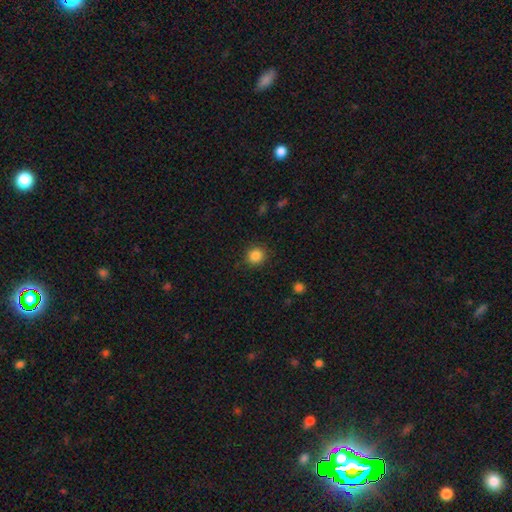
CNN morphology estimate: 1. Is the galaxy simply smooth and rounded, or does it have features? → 85% smooth, 11% star or artifact, 4% featured or disk.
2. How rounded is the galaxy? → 89% round, 10% in between, 1% cigar-shaped.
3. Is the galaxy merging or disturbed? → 89% none, 7% minor disturbance, 3% major disturbance, 1% merger.